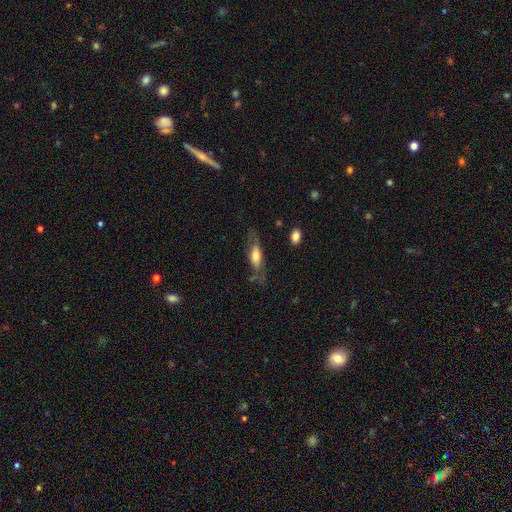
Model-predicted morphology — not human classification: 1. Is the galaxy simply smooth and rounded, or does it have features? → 55% smooth, 38% featured or disk, 7% star or artifact.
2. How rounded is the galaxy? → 57% in between, 40% cigar-shaped, 3% round.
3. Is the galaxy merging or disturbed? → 59% none, 23% minor disturbance, 15% major disturbance, 3% merger.